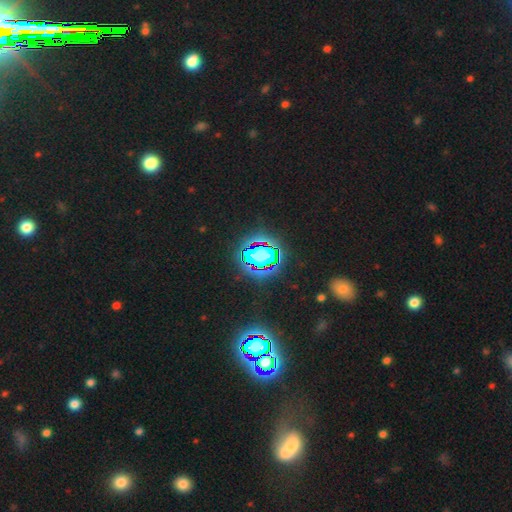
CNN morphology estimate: Overall: star or artifact (78%).